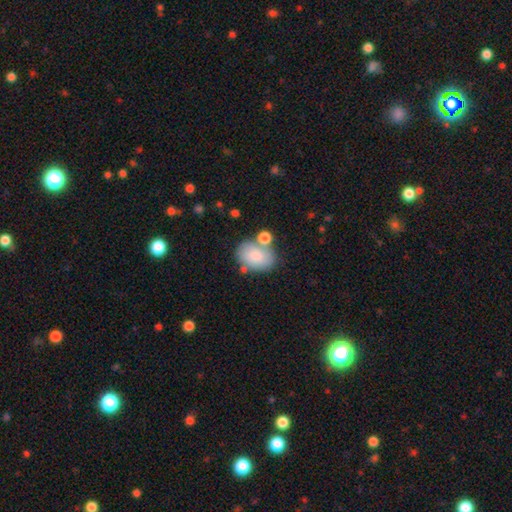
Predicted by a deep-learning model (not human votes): Overall: smooth (80%). How rounded: in between (77%). Merging: none (54%; merger 22%).